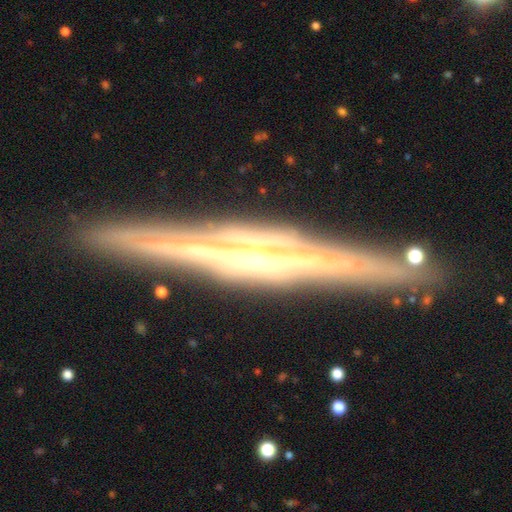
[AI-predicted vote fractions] A featured or disk galaxy (89%) viewed edge-on (98%) with a rounded central bulge (49%).

Vote fractions:
- Smooth or featured? featured or disk: 89% / star or artifact: 6% / smooth: 5%
- Edge-on disk? yes: 98% / no: 2%
- Edge-on bulge? rounded: 49% / boxy: 34% / none: 17%
- Merging? none: 90% / minor disturbance: 7% / major disturbance: 2% / merger: 2%